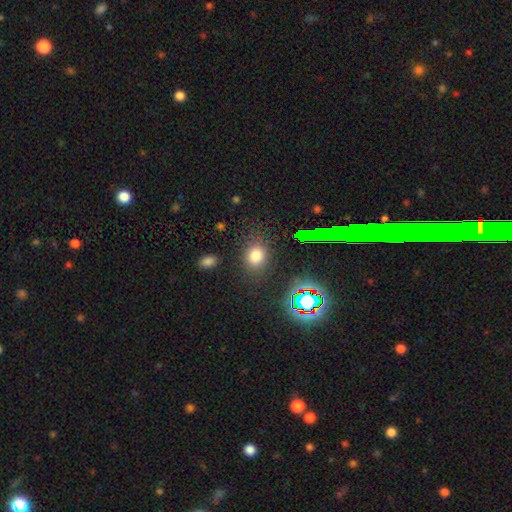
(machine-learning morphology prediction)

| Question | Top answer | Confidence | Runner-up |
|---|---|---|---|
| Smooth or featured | smooth | 75% | star or artifact (18%) |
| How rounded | round | 52% | in between (46%) |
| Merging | none | 82% | minor disturbance (11%) |